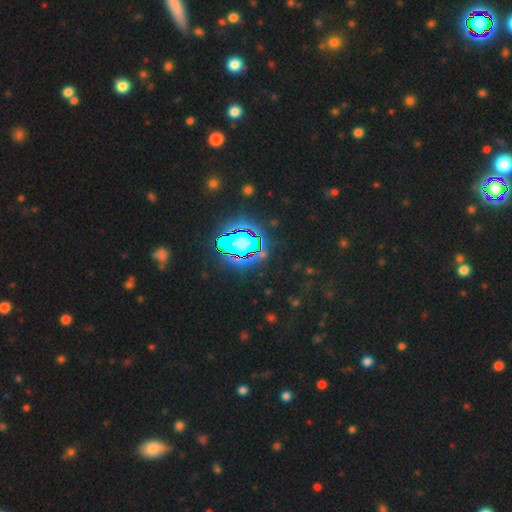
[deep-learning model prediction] star or artifact 83%, smooth 10%, featured or disk 7%.